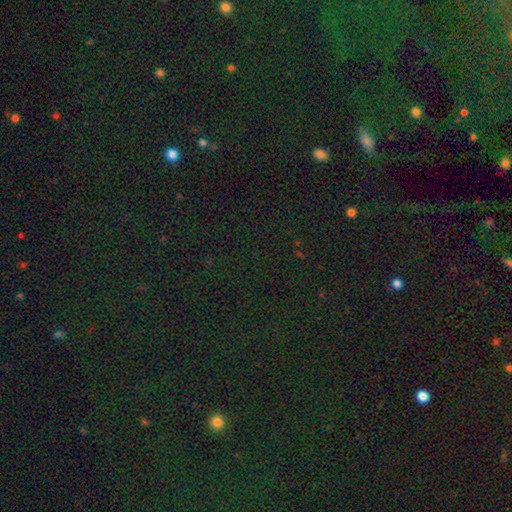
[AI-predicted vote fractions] Morphology: type=star or artifact (77%).